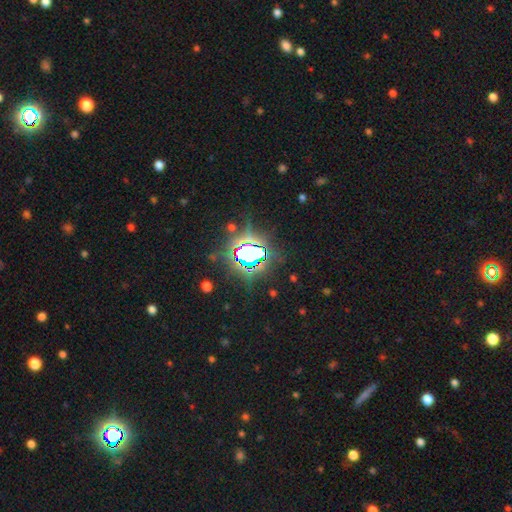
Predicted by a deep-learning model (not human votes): The model was most divided on "smooth or featured": star or artifact: 84%, smooth: 10%, featured or disk: 7%.